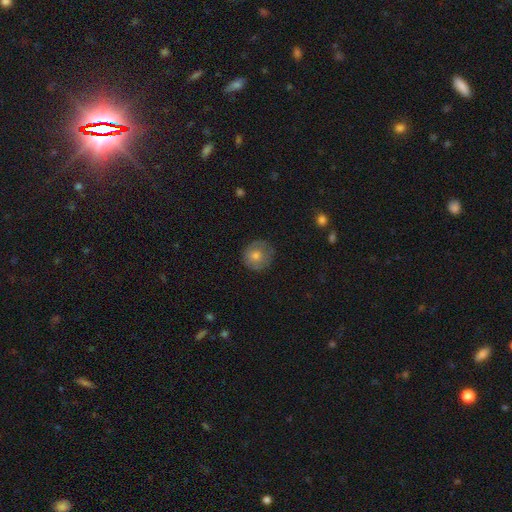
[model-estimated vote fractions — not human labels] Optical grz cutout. It shows a smooth galaxy with no disk features (71%) that is round (91%). Merging: none (79%).